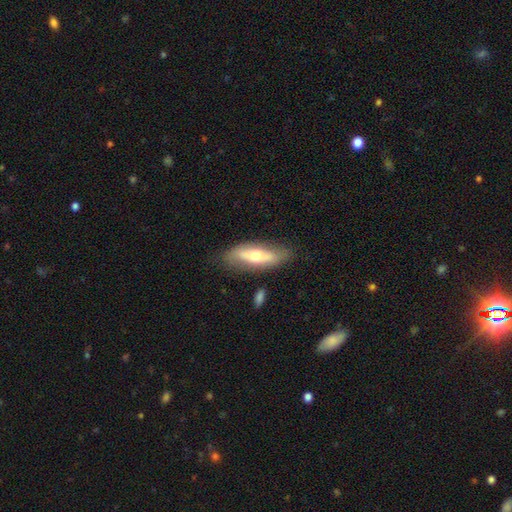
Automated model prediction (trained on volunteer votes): The model was most divided on "smooth or featured": smooth: 48%, featured or disk: 46%, star or artifact: 6%. More confident: merging — none (74%).